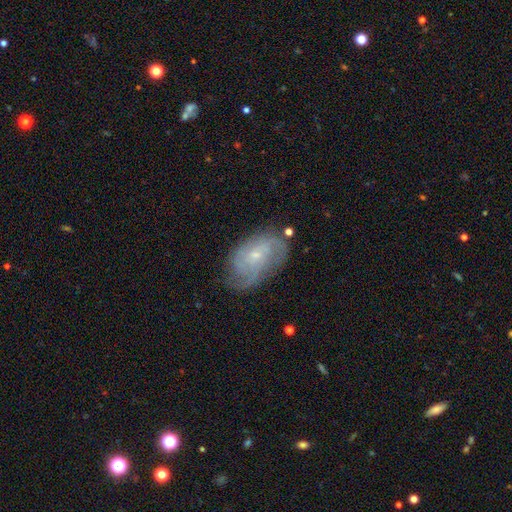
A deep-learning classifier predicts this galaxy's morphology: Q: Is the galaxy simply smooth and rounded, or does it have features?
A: featured or disk — 77%.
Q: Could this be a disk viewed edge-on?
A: no — 96%.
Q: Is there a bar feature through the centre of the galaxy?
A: no — 71%.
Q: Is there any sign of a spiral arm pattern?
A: yes — 92%.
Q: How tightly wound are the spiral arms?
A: tight — 50%.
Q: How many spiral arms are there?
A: can't tell — 34%.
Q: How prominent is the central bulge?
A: small — 76%.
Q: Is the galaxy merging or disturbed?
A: none — 67%.